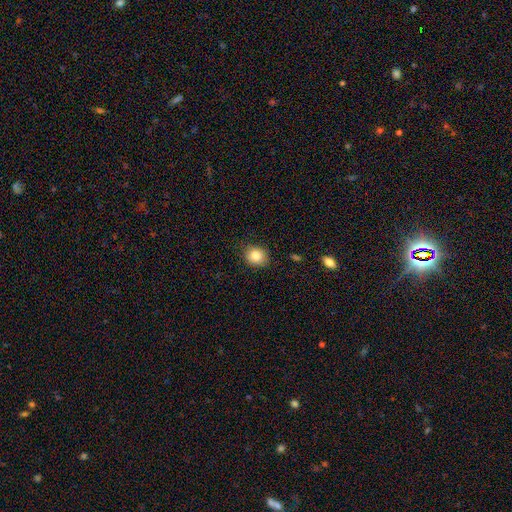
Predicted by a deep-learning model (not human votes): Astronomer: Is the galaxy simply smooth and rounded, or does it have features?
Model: smooth — 83%.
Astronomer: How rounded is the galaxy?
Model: round — 68%.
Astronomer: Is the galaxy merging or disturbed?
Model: none — 83%.